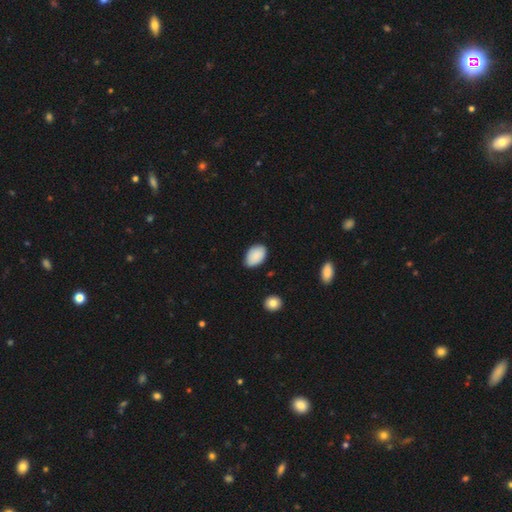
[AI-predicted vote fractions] A smooth galaxy with no disk features (89%) that is in between round and cigar-shaped (91%). Merging: none (80%).